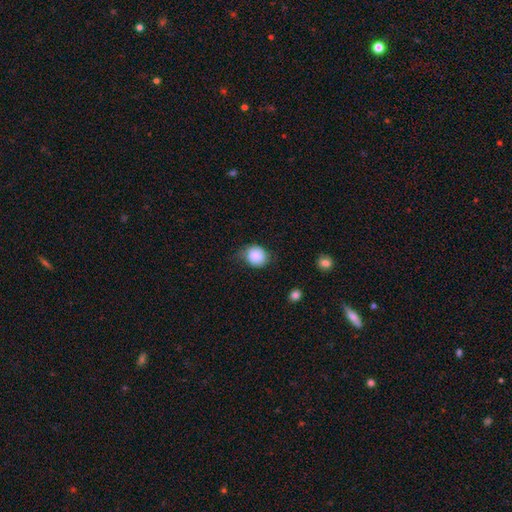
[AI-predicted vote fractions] Smooth or featured?
  - smooth: 86% *
  - star or artifact: 8%
  - featured or disk: 6%
How rounded?
  - round: 79% *
  - in between: 20%
  - cigar-shaped: 1%
Merging?
  - none: 60% *
  - minor disturbance: 29%
  - major disturbance: 9%
  - merger: 2%